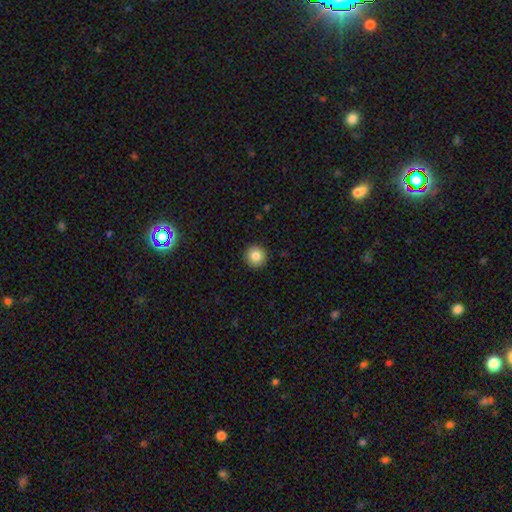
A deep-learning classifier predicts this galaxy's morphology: smooth_or_featured: smooth (p=0.84) [alt: star or artifact p=0.10]
how_rounded: round (p=0.96) [alt: in between p=0.03]
merging: none (p=0.93) [alt: minor disturbance p=0.05]